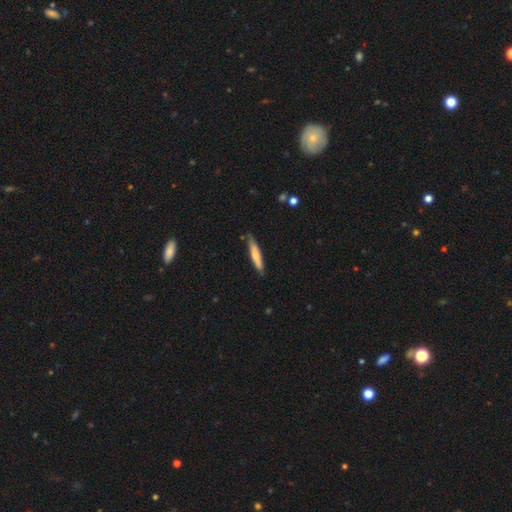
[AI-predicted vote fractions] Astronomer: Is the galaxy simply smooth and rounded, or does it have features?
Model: smooth — 65%.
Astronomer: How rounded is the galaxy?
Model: cigar-shaped — 90%.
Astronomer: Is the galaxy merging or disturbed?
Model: none — 81%.